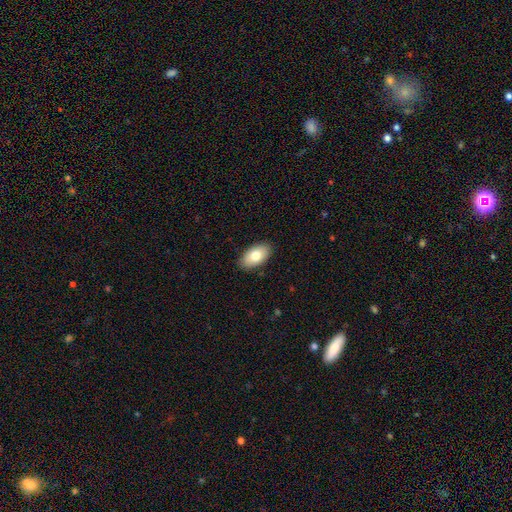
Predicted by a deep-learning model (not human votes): Overall: smooth (78%). How rounded: in between (95%). Merging: none (88%).